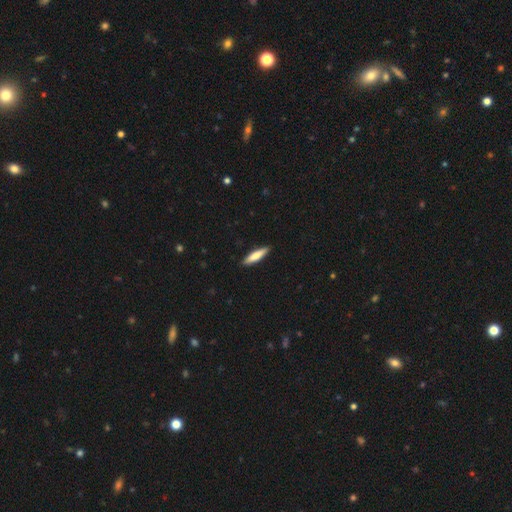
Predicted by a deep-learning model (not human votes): Q: Smooth or featured?
A: smooth (71%); runner-up: featured or disk (24%)
Q: How rounded?
A: cigar-shaped (79%); runner-up: in between (20%)
Q: Merging?
A: none (90%); runner-up: minor disturbance (7%)